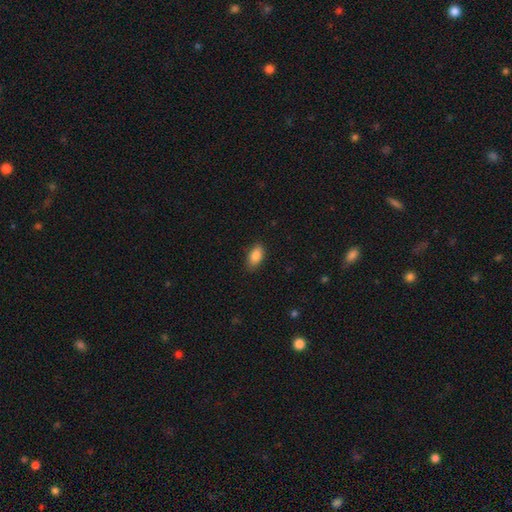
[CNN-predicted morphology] Overall: smooth (86%). How rounded: in between (91%). Merging: none (85%).